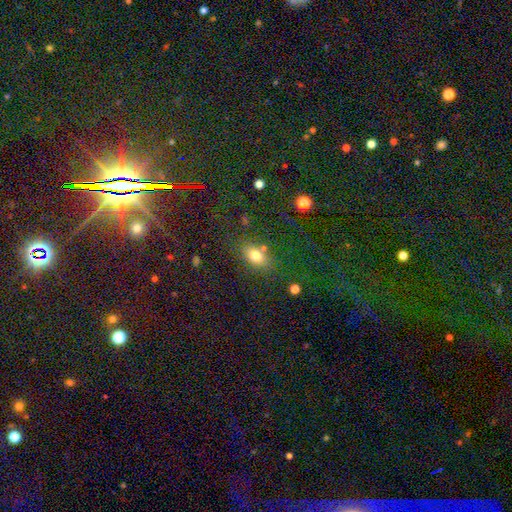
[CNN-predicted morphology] Smooth or featured: smooth — 77% (star or artifact — 13%)
How rounded: in between — 77% (round — 19%)
Merging: none — 74% (minor disturbance — 14%)